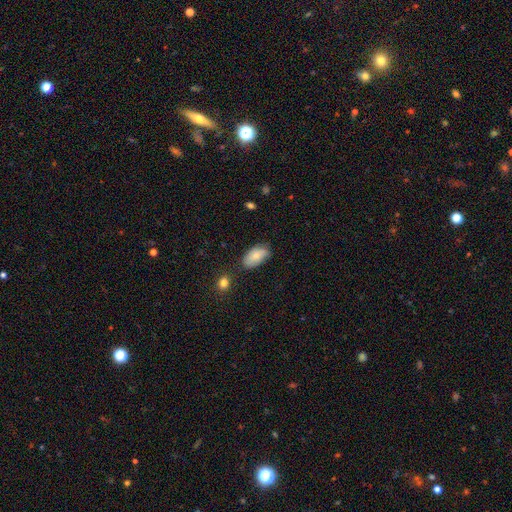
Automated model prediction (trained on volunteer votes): Smooth or featured: smooth — 70% (featured or disk — 22%)
How rounded: in between — 93% (round — 5%)
Merging: none — 59% (minor disturbance — 31%)